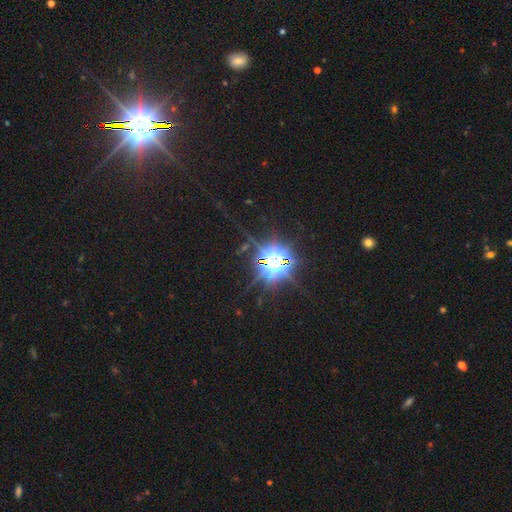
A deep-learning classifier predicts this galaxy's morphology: Smooth or featured? star or artifact (85%)